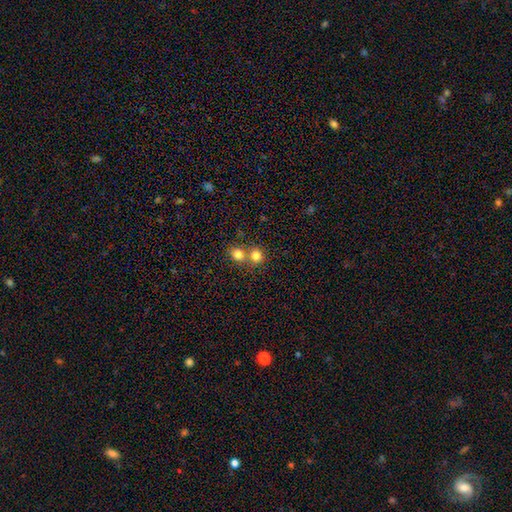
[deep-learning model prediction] Smooth or featured? smooth (80%)
How rounded? round (80%)
Merging? merger (47%)